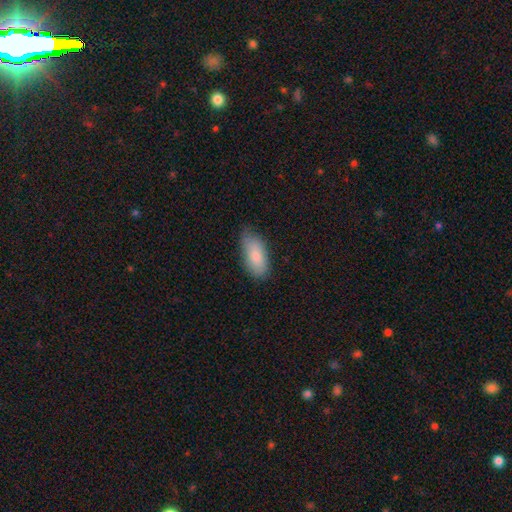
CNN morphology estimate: The model was most divided on "merging": none: 69%, minor disturbance: 25%, major disturbance: 4%, merger: 1%. More confident: how rounded — in between (88%); smooth or featured — smooth (85%).